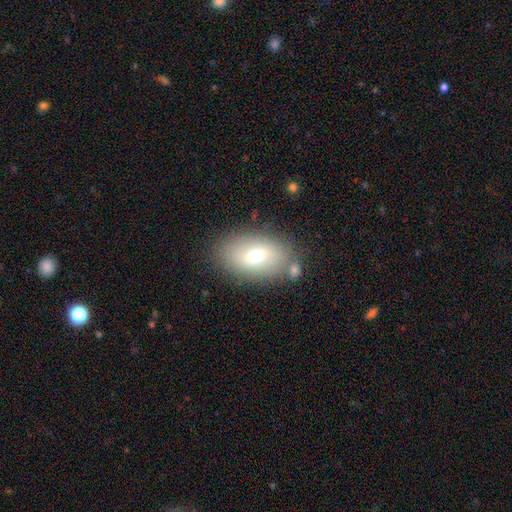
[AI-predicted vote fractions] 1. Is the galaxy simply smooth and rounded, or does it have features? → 65% smooth, 26% featured or disk, 9% star or artifact.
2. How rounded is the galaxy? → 91% in between, 7% round, 2% cigar-shaped.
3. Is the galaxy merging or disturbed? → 77% none, 13% minor disturbance, 7% merger, 4% major disturbance.